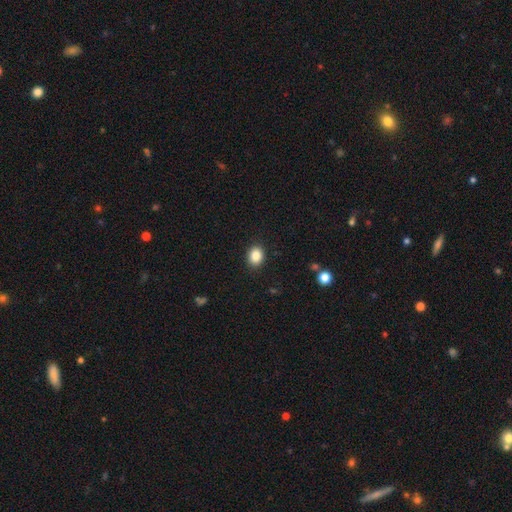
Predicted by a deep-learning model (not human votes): A smooth galaxy with no disk features (86%) that is round (53%).

Vote fractions:
- Smooth or featured? smooth: 86% / star or artifact: 9% / featured or disk: 5%
- How rounded? round: 53% / in between: 46% / cigar-shaped: 1%
- Merging? none: 90% / minor disturbance: 7% / major disturbance: 2% / merger: 1%